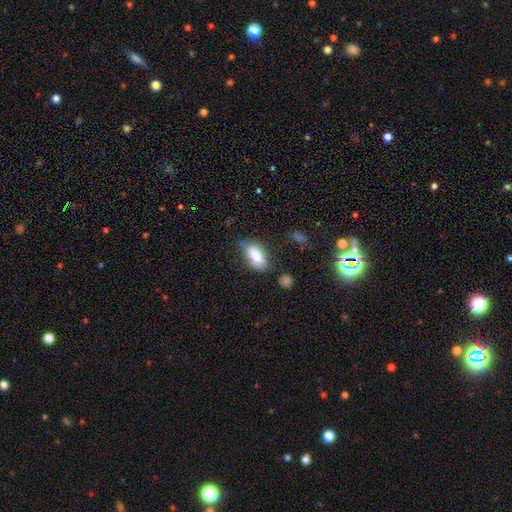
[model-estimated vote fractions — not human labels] This appears to be a smooth galaxy with no disk features (81%) that is in between round and cigar-shaped (90%). Merging: none (68%).